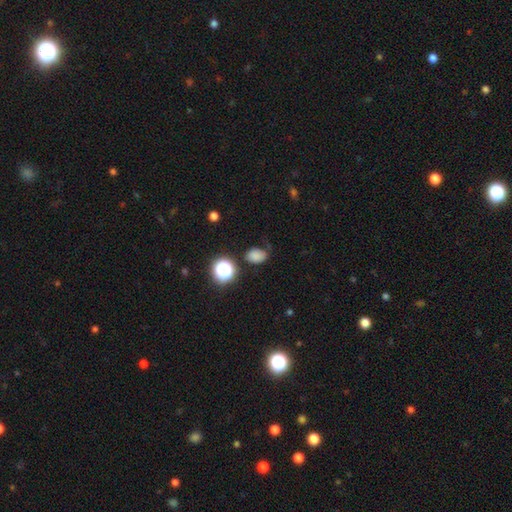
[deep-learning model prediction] Smooth or featured? Predicted: smooth (p=0.76). How rounded? Predicted: in between (p=0.66). Merging? Predicted: none (p=0.61).